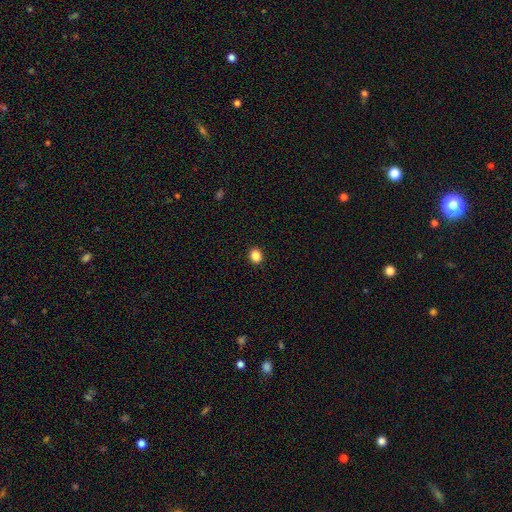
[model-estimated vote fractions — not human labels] This appears to be a smooth galaxy with no disk features (86%) that is round (65%). Merging: none (92%).